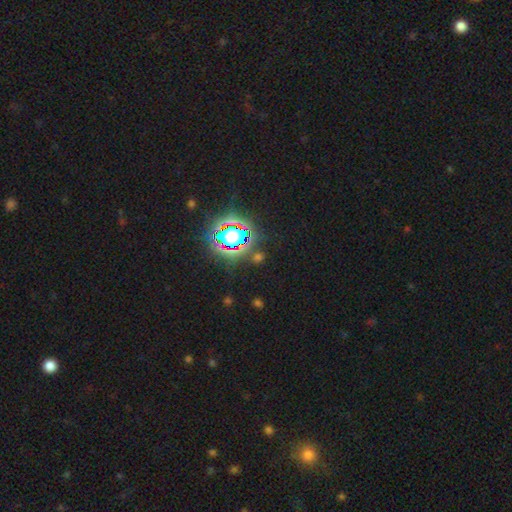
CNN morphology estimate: Smooth or featured? star or artifact (74%)